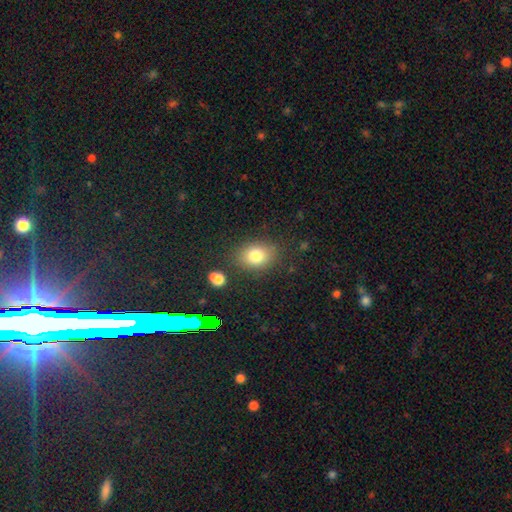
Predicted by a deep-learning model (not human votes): Smooth or featured? smooth (79%)
How rounded? in between (63%)
Merging? none (79%)